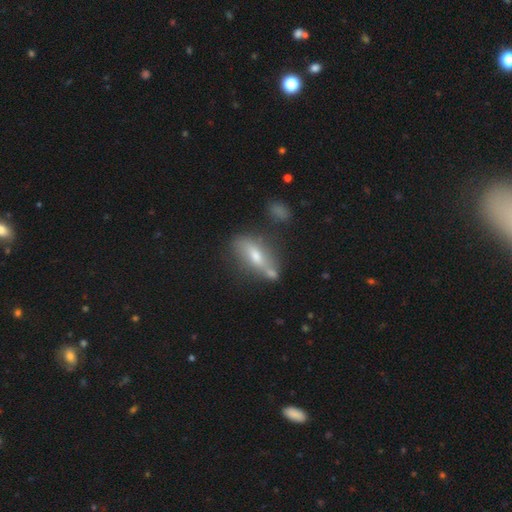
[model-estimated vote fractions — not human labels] Overall: smooth (48%; featured or disk 43%). Merging: none (56%; minor disturbance 19%).